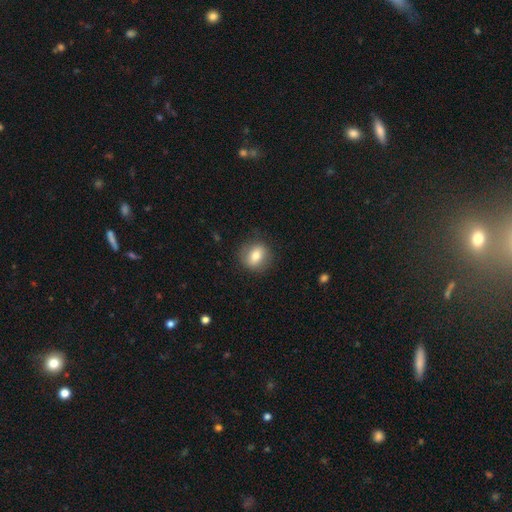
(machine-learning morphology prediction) smooth_or_featured: smooth (p=0.74) [alt: featured or disk p=0.18]
how_rounded: round (p=0.67) [alt: in between p=0.31]
merging: none (p=0.84) [alt: minor disturbance p=0.11]